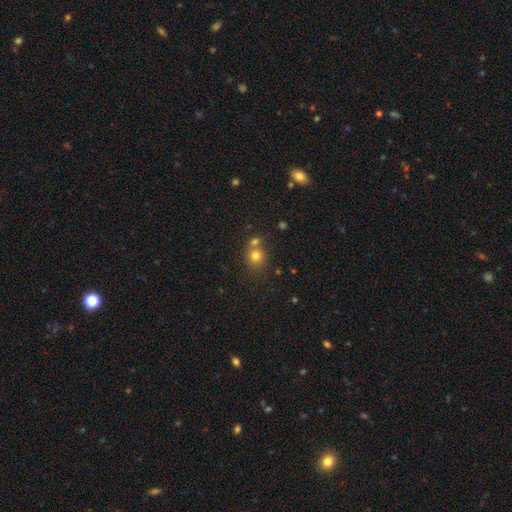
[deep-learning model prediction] Morphology: type=smooth (76%); roundness=round (82%); merging=none (54%).